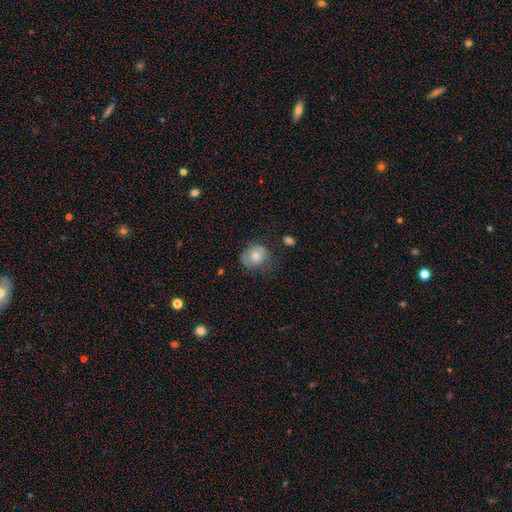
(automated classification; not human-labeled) The model was most divided on "merging": none: 61%, minor disturbance: 26%, major disturbance: 11%, merger: 2%. More confident: how rounded — round (71%); smooth or featured — smooth (68%).